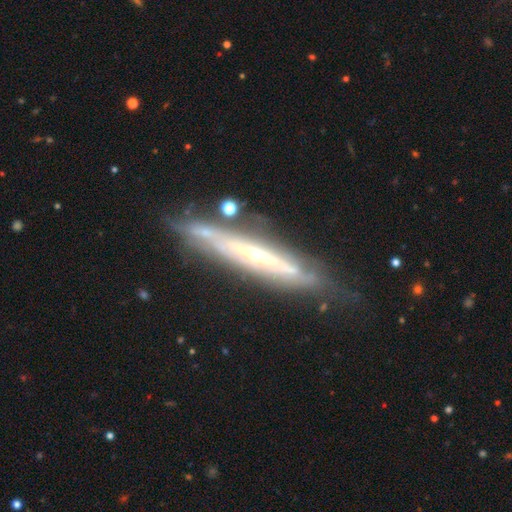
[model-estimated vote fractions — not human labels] Q: Smooth or featured?
A: featured or disk (81%); runner-up: smooth (13%)
Q: Edge-on disk?
A: yes (69%); runner-up: no (31%)
Q: Edge-on bulge?
A: rounded (59%); runner-up: none (37%)
Q: Merging?
A: none (71%); runner-up: minor disturbance (19%)